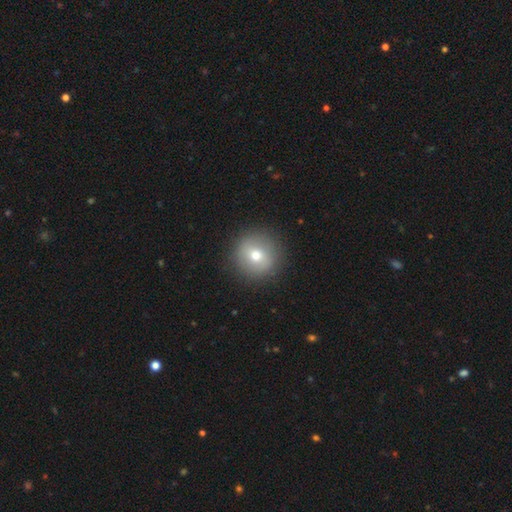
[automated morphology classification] Smooth or featured: smooth — 70% (featured or disk — 19%)
How rounded: round — 95% (in between — 4%)
Merging: none — 90% (minor disturbance — 6%)